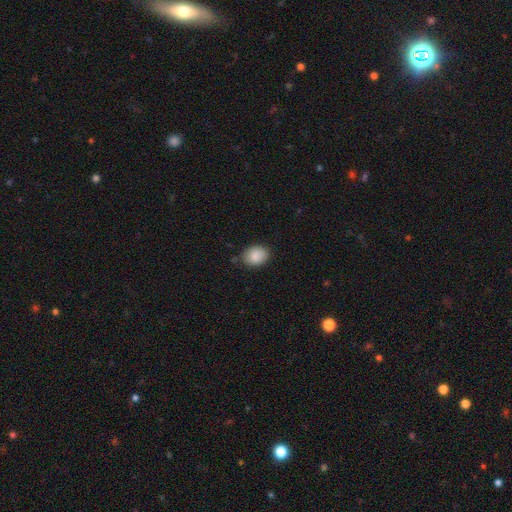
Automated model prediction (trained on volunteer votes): This is clearly a smooth galaxy (88%). How rounded: possibly in between (57%). Merging: clearly none (81%).